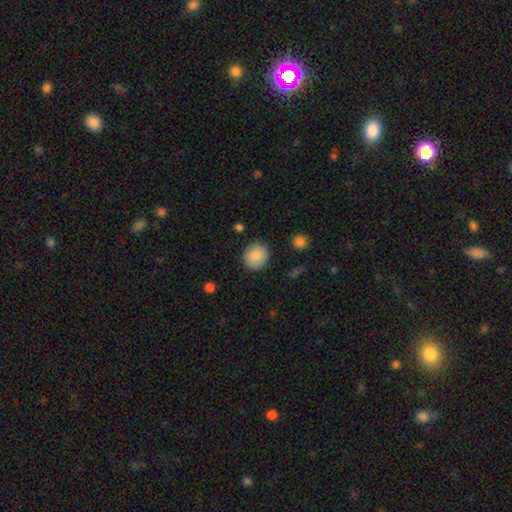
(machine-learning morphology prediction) A smooth galaxy with no disk features (86%) that is round (88%).

Vote fractions:
- Smooth or featured? smooth: 86% / star or artifact: 8% / featured or disk: 6%
- How rounded? round: 88% / in between: 11% / cigar-shaped: 1%
- Merging? none: 88% / minor disturbance: 8% / major disturbance: 2% / merger: 1%